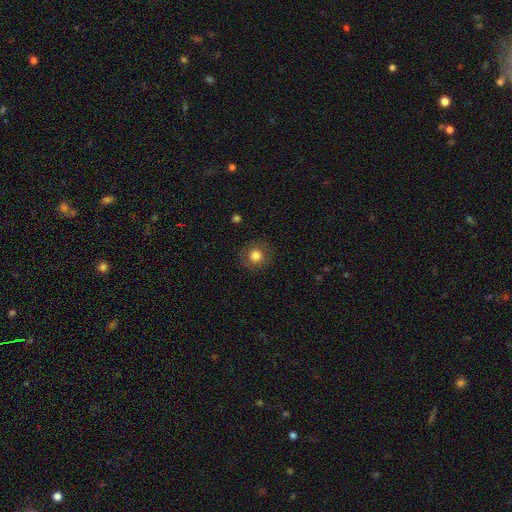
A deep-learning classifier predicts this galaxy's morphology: A smooth galaxy with no disk features (79%) that is round (91%). Merging: none (88%).